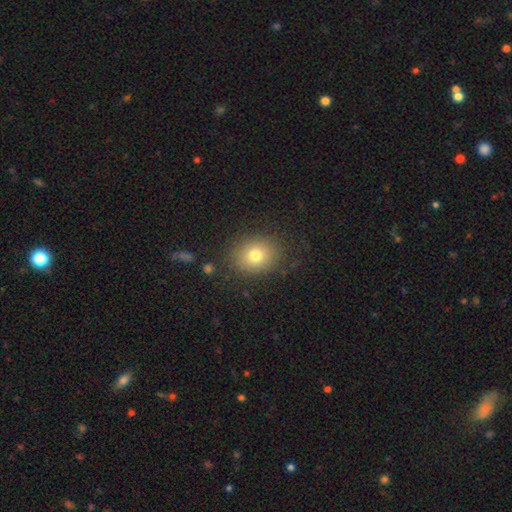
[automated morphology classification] Smooth or featured: smooth — 75% (star or artifact — 13%)
How rounded: round — 59% (in between — 41%)
Merging: none — 85% (minor disturbance — 9%)